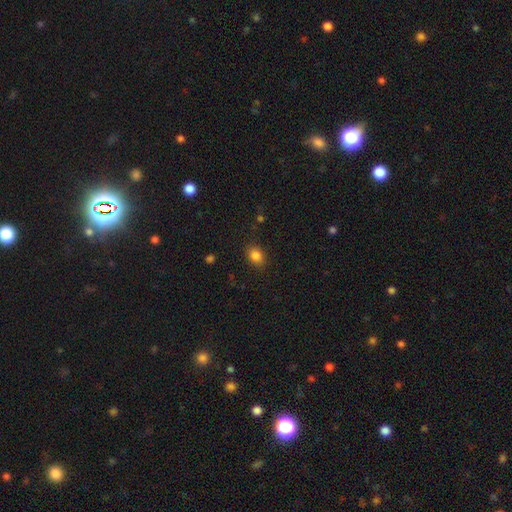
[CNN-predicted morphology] Smooth or featured: smooth — 85% (star or artifact — 11%)
How rounded: in between — 63% (round — 36%)
Merging: none — 86% (minor disturbance — 10%)